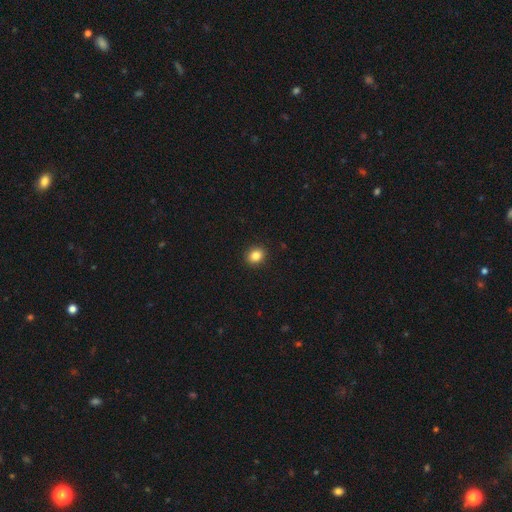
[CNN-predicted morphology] The model was most divided on "how rounded": round: 59%, in between: 40%, cigar-shaped: 1%. More confident: merging — none (91%); smooth or featured — smooth (85%).